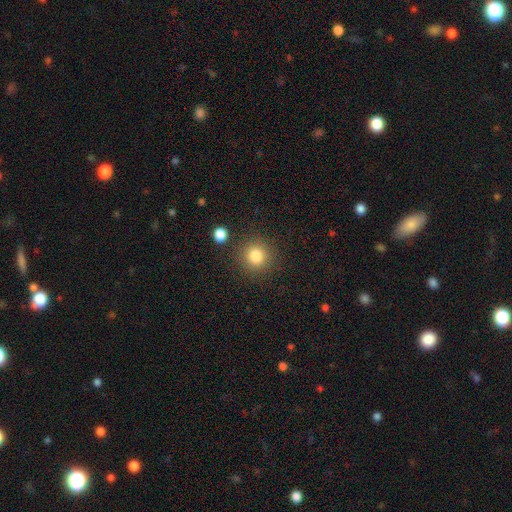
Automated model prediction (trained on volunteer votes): A smooth galaxy with no disk features (82%) that is round (92%).

Vote fractions:
- Smooth or featured? smooth: 82% / star or artifact: 11% / featured or disk: 6%
- How rounded? round: 92% / in between: 7% / cigar-shaped: 1%
- Merging? none: 86% / minor disturbance: 7% / merger: 4% / major disturbance: 3%